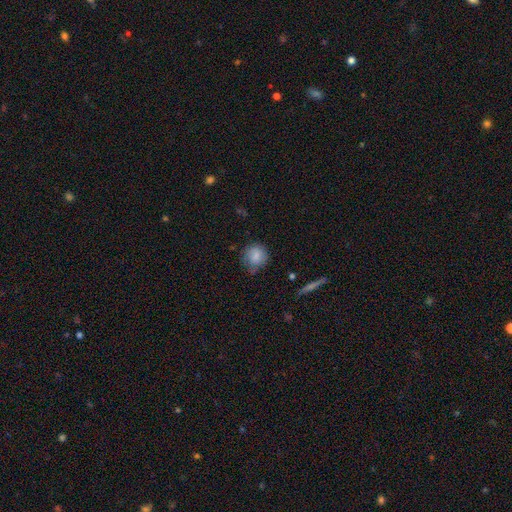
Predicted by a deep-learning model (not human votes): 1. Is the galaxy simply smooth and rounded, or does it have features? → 81% smooth, 11% featured or disk, 8% star or artifact.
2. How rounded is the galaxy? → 81% round, 18% in between, 1% cigar-shaped.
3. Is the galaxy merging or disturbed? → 62% none, 29% minor disturbance, 7% major disturbance, 2% merger.